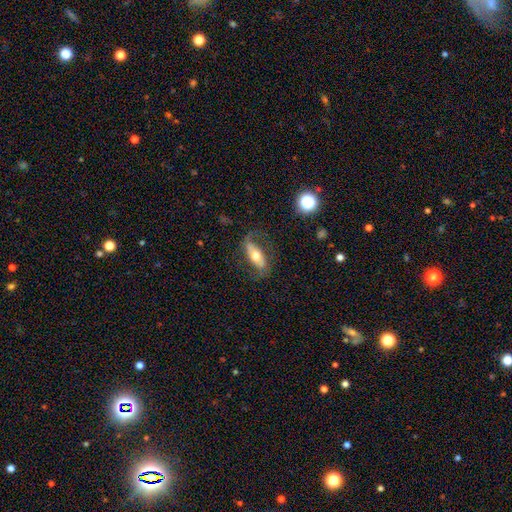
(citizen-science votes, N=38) Q: Smooth or featured?
A: featured or disk (53%); runner-up: smooth (42%)
Q: Edge-on disk?
A: no (90%); runner-up: yes (10%)
Q: Bar?
A: strong (50%); runner-up: no (28%)
Q: Spiral arms?
A: yes (94%); runner-up: no (6%)
Q: Spiral winding?
A: loose (76%); runner-up: medium (18%)
Q: Spiral arm count?
A: 2 (94%); runner-up: can't tell (6%)
Q: Bulge size?
A: moderate (67%); runner-up: large (11%)
Q: Merging?
A: none (78%); runner-up: minor disturbance (14%)